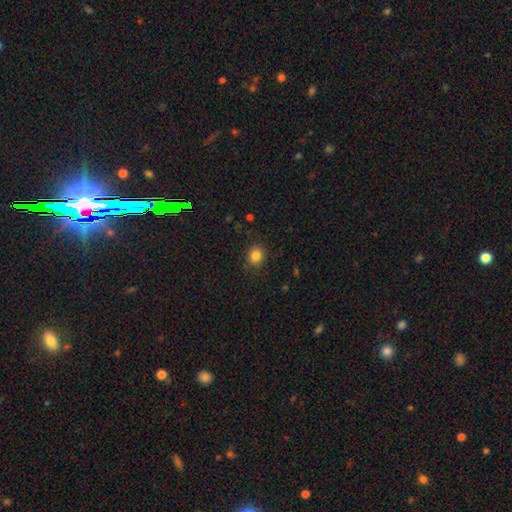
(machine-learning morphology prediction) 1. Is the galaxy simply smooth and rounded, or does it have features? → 83% smooth, 12% star or artifact, 5% featured or disk.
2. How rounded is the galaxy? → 78% round, 21% in between, 1% cigar-shaped.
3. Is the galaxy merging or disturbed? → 86% none, 10% minor disturbance, 3% major disturbance, 1% merger.